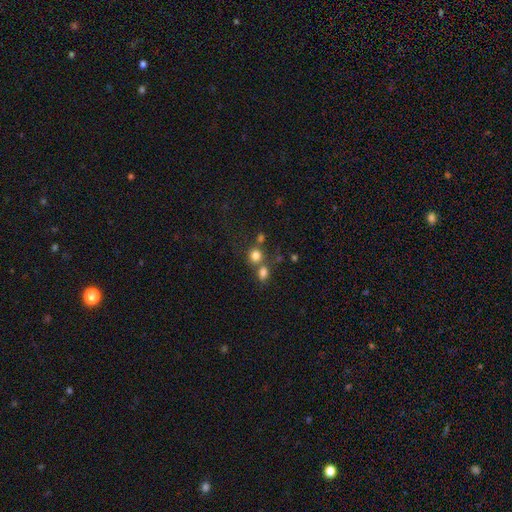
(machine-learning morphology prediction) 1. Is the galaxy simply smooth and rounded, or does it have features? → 78% smooth, 14% star or artifact, 8% featured or disk.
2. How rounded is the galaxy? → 84% round, 15% in between, 1% cigar-shaped.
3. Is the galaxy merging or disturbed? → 55% none, 33% merger, 8% minor disturbance, 4% major disturbance.